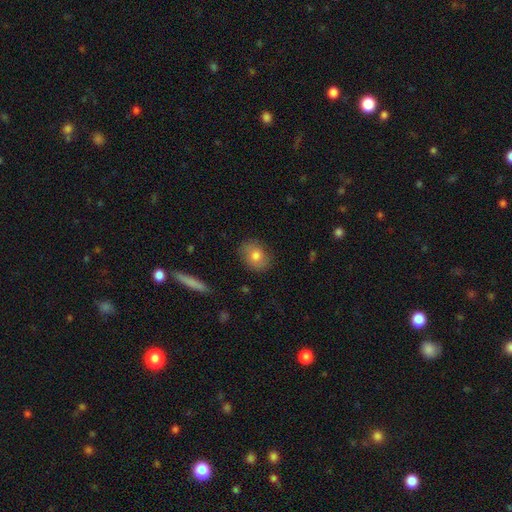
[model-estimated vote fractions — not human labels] This appears to be a smooth galaxy with no disk features (77%) that is in between round and cigar-shaped (57%). Merging: none (83%).